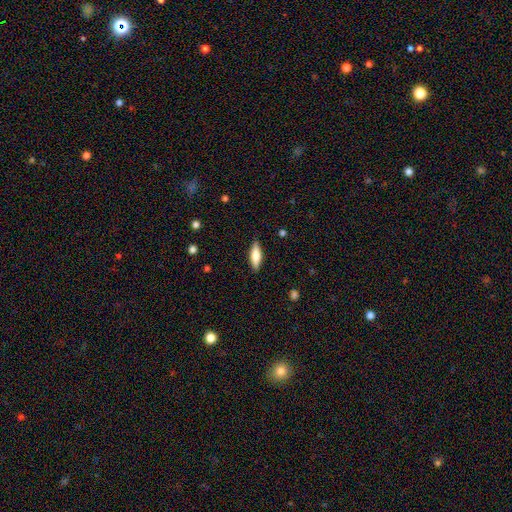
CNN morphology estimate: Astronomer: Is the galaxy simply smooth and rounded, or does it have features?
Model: smooth — 63%.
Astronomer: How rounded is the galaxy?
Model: cigar-shaped — 52% (runner-up: in between, 46%).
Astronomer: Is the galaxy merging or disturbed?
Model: none — 87%.